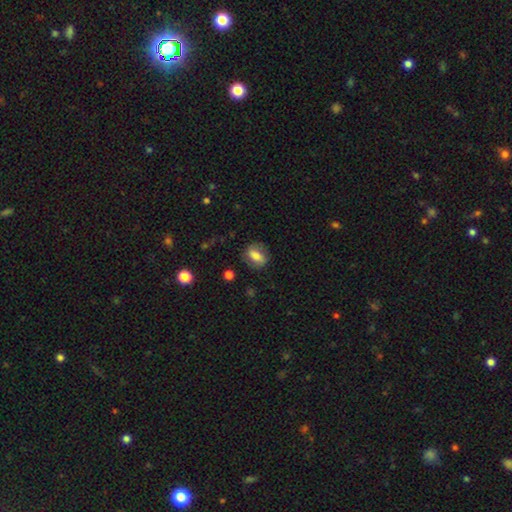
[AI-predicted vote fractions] Q: Smooth or featured?
A: smooth (65%); runner-up: featured or disk (27%)
Q: How rounded?
A: in between (67%); runner-up: round (26%)
Q: Merging?
A: none (78%); runner-up: minor disturbance (15%)